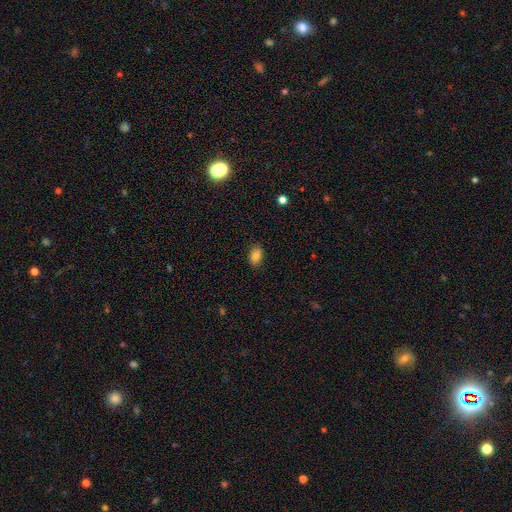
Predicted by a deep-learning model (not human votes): A smooth galaxy with no disk features (81%) that is in between round and cigar-shaped (87%).

Vote fractions:
- Smooth or featured? smooth: 81% / star or artifact: 9% / featured or disk: 9%
- How rounded? in between: 87% / round: 11% / cigar-shaped: 2%
- Merging? none: 87% / minor disturbance: 10% / major disturbance: 2% / merger: 1%